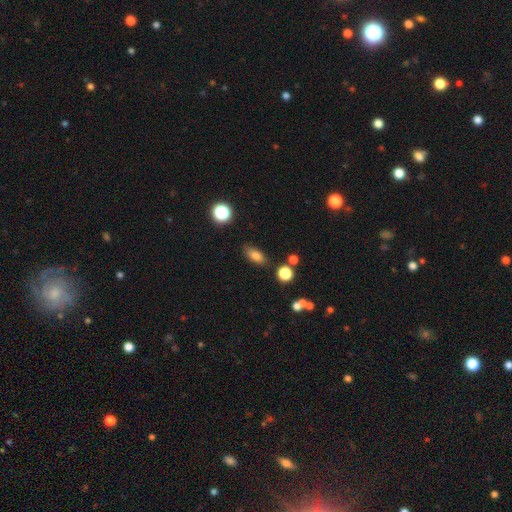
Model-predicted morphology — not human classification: A smooth galaxy with no disk features (80%) that is in between round and cigar-shaped (81%).

Vote fractions:
- Smooth or featured? smooth: 80% / star or artifact: 11% / featured or disk: 9%
- How rounded? in between: 81% / cigar-shaped: 12% / round: 7%
- Merging? none: 80% / minor disturbance: 13% / major disturbance: 3% / merger: 3%